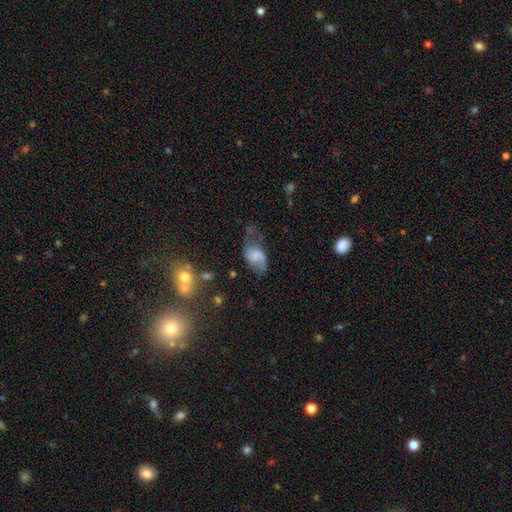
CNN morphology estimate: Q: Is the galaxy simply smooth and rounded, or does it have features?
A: featured or disk — 50%.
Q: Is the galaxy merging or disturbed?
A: none — 35%.